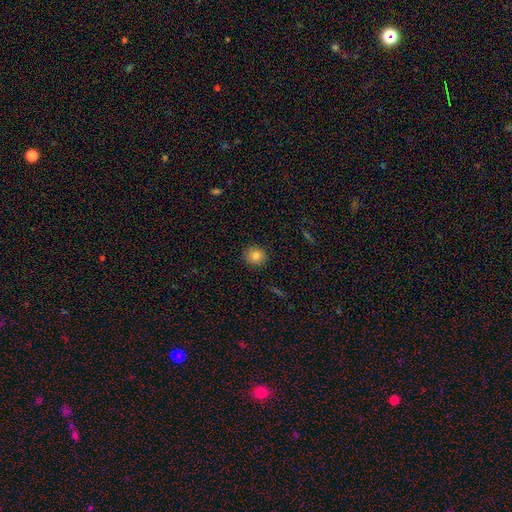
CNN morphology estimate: type=smooth (81%); roundness=round (84%); merging=none (90%).